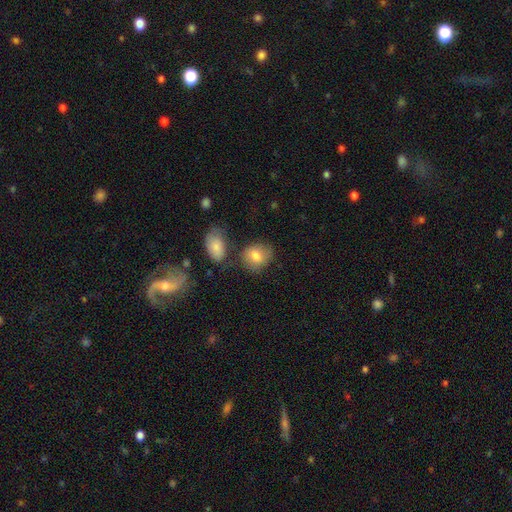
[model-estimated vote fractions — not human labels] Smooth or featured? Predicted: smooth (p=0.79). How rounded? Predicted: round (p=0.54). Merging? Predicted: none (p=0.64).